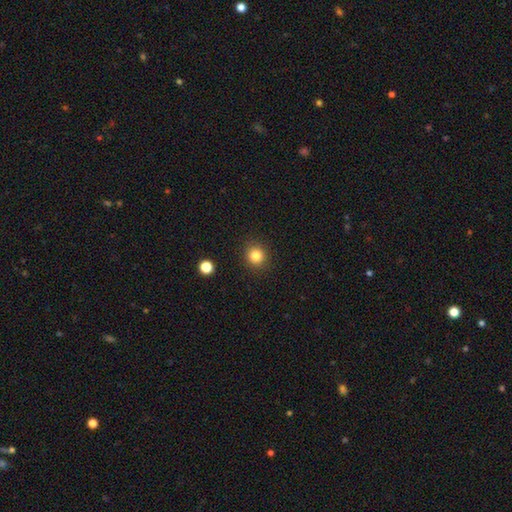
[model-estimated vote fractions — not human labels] Smooth or featured: smooth — 83% (star or artifact — 12%)
How rounded: round — 92% (in between — 7%)
Merging: none — 91% (minor disturbance — 6%)